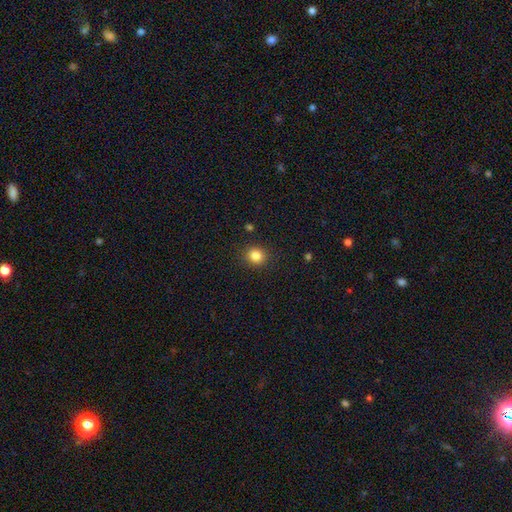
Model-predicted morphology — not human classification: smooth-or-featured: smooth: 83% | star or artifact: 11% | featured or disk: 5%
  how-rounded: round: 84% | in between: 15% | cigar-shaped: 1%
  merging: none: 90% | minor disturbance: 7% | major disturbance: 2% | merger: 1%